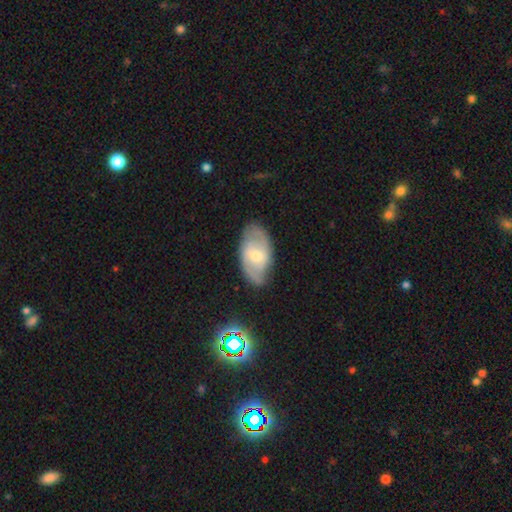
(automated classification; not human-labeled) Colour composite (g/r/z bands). It shows a featured or disk galaxy (65%) with a weak bar (47%), 2 (74%) medium (45%) spiral arms (82%) and a small central bulge (53%). Merging: none (75%).